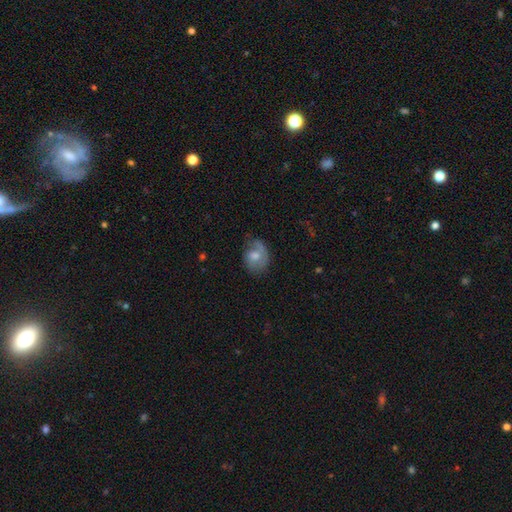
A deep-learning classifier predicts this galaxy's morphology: Smooth or featured: smooth — 47% (featured or disk — 46%)
Merging: none — 49% (minor disturbance — 30%)